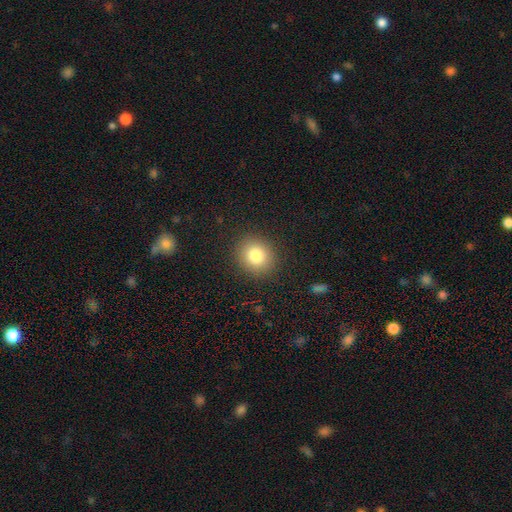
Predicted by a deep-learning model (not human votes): Smooth or featured: smooth — 81% (star or artifact — 11%)
How rounded: round — 78% (in between — 21%)
Merging: none — 90% (minor disturbance — 7%)